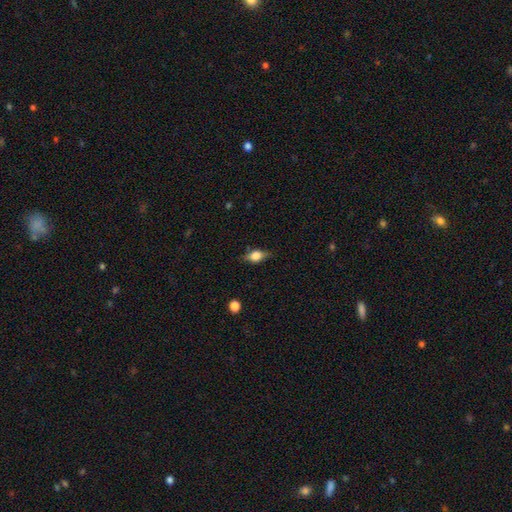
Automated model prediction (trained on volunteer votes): Overall: smooth (65%; featured or disk 26%). How rounded: in between (73%). Merging: none (74%).